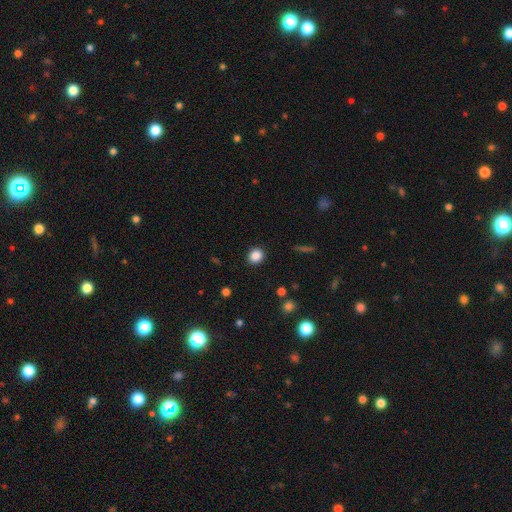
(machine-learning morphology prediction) A smooth galaxy with no disk features (86%) that is round (71%). Merging: none (89%).